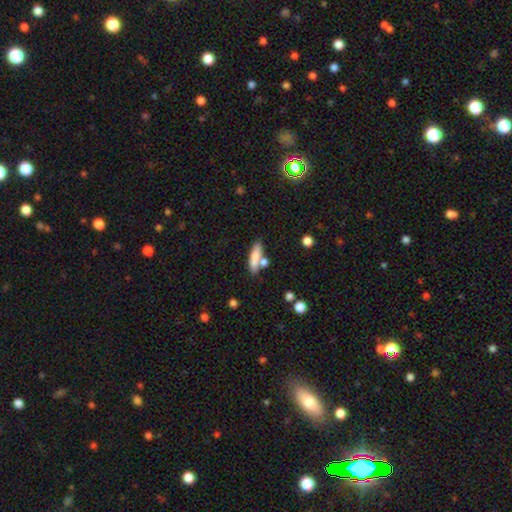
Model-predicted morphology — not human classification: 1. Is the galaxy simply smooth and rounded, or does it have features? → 77% smooth, 16% featured or disk, 8% star or artifact.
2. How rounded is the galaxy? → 61% cigar-shaped, 36% in between, 3% round.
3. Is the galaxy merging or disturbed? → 57% none, 25% merger, 14% minor disturbance, 5% major disturbance.